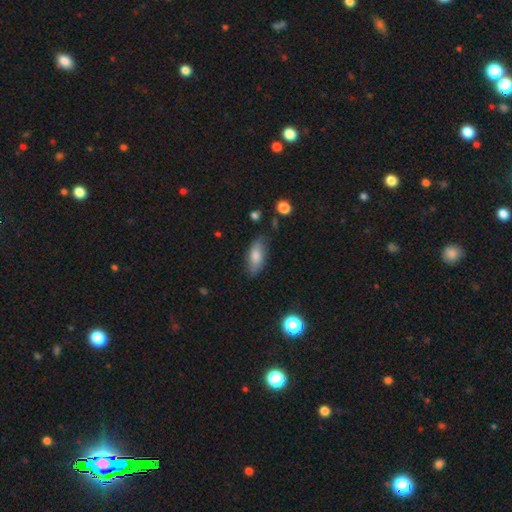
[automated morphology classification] smooth-or-featured: smooth: 73% | featured or disk: 19% | star or artifact: 8%
  how-rounded: in between: 77% | cigar-shaped: 19% | round: 3%
  merging: none: 78% | minor disturbance: 17% | major disturbance: 3% | merger: 2%